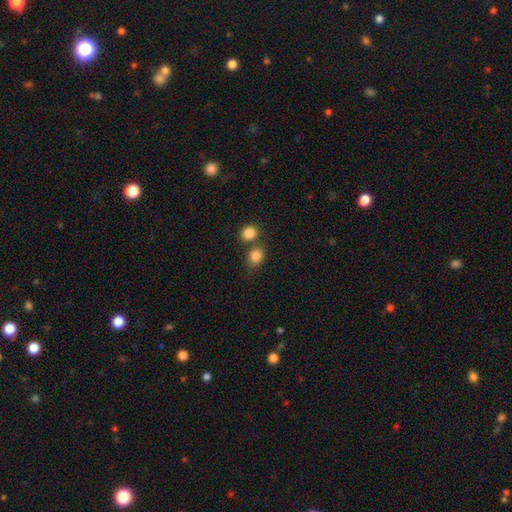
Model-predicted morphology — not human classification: smooth_or_featured: smooth (p=0.84) [alt: star or artifact p=0.10]
how_rounded: round (p=0.64) [alt: in between p=0.35]
merging: none (p=0.55) [alt: merger p=0.31]